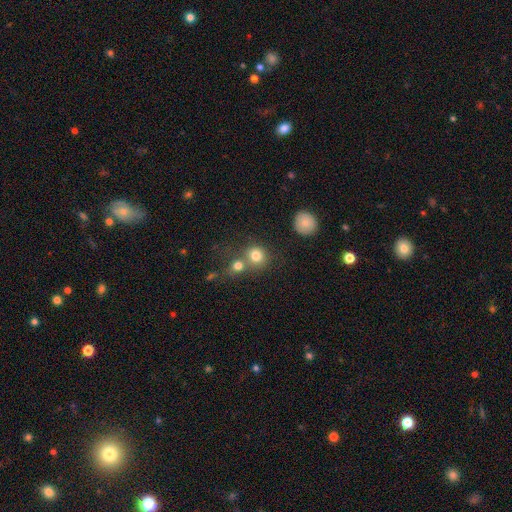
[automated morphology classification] Smooth or featured? Predicted: smooth (p=0.79). How rounded? Predicted: round (p=0.84). Merging? Predicted: none (p=0.54).